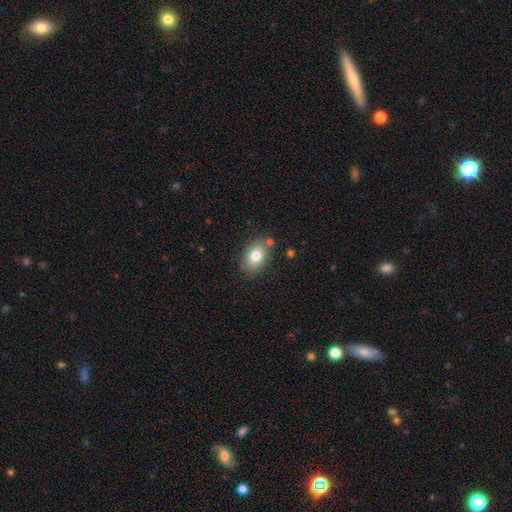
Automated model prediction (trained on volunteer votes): Morphology: type=smooth (79%); roundness=in between (81%); merging=none (79%).